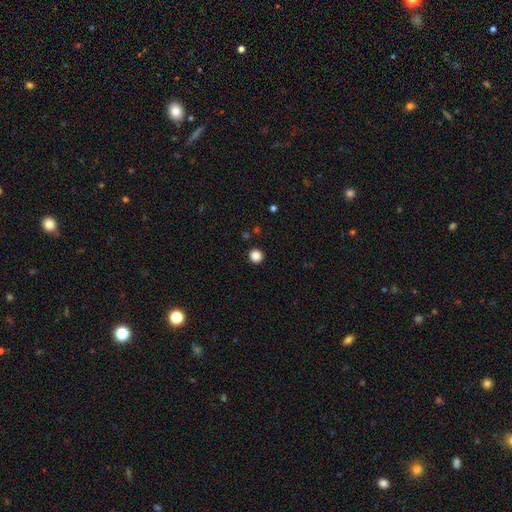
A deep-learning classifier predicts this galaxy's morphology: smooth 86%, star or artifact 11%, featured or disk 3%. Down the decision tree: how rounded — round (95%); merging — none (93%).